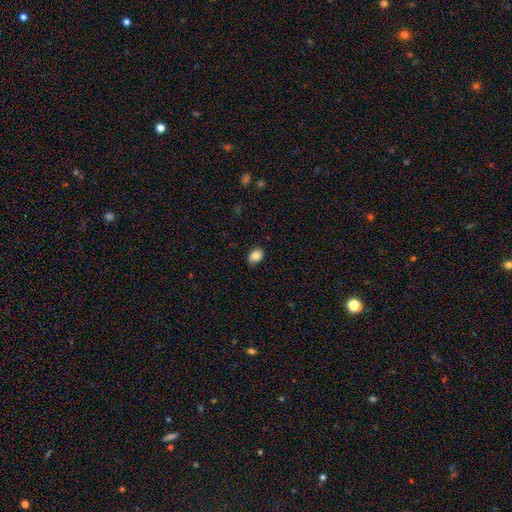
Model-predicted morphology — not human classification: Smooth or featured: smooth — 81% (featured or disk — 11%)
How rounded: in between — 72% (round — 27%)
Merging: none — 78% (minor disturbance — 18%)